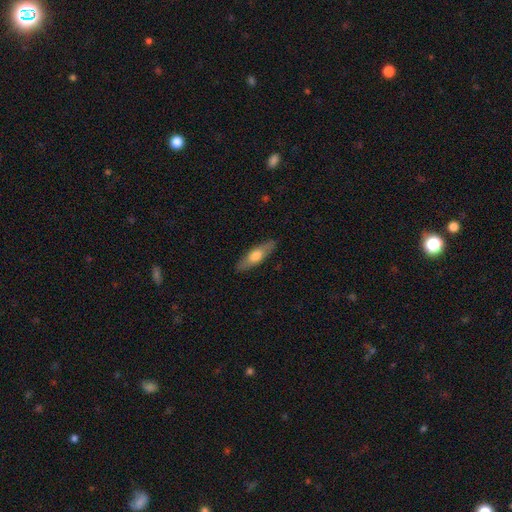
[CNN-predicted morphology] A smooth galaxy with no disk features (59%) that is cigar-shaped (59%).

Vote fractions:
- Smooth or featured? smooth: 59% / featured or disk: 36% / star or artifact: 5%
- How rounded? cigar-shaped: 59% / in between: 39% / round: 2%
- Merging? none: 87% / minor disturbance: 9% / major disturbance: 2% / merger: 1%